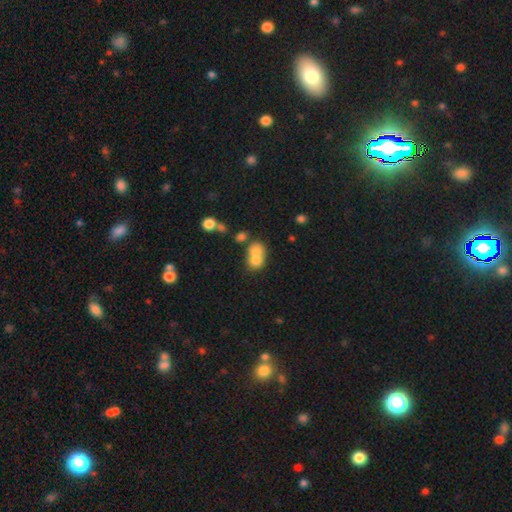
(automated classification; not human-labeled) smooth 72%, featured or disk 18%, star or artifact 11%. Down the decision tree: how rounded — in between (51%); merging — merger (66%).